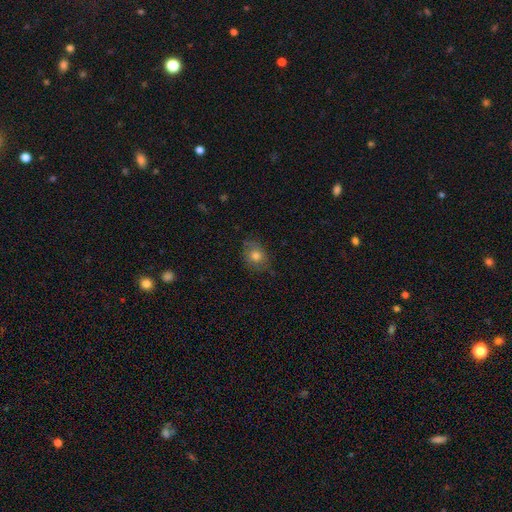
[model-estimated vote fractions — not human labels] Smooth or featured?
  - smooth: 75% *
  - featured or disk: 14%
  - star or artifact: 11%
How rounded?
  - in between: 49% * (tied)
  - round: 49% * (tied)
  - cigar-shaped: 1%
Merging?
  - none: 73% *
  - minor disturbance: 21%
  - major disturbance: 5%
  - merger: 1%